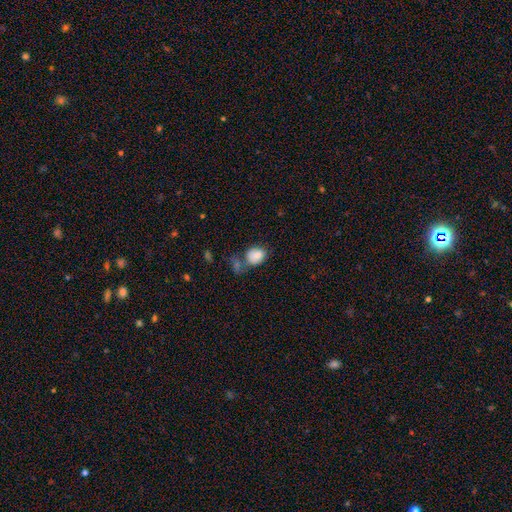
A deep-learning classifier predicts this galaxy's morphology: This is clearly a smooth galaxy (84%). How rounded: likely in between (61%). Merging: marginally none (42%).